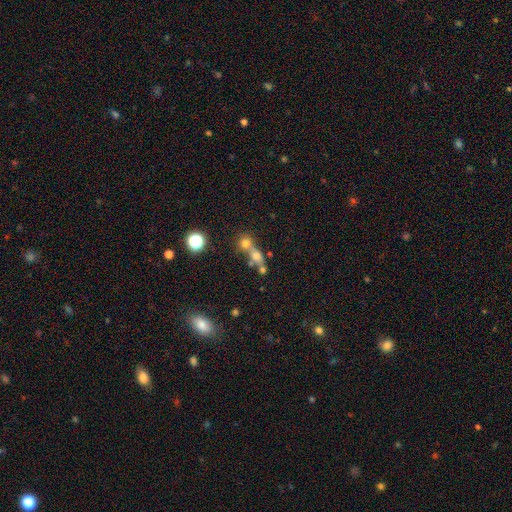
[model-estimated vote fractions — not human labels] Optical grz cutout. It shows a smooth galaxy with no disk features (56%) that is round (65%). Merging: merger (57%).